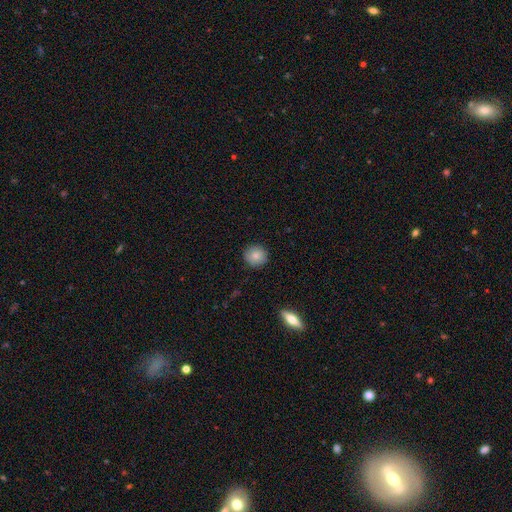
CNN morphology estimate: The model was most divided on "smooth or featured": smooth: 86%, star or artifact: 8%, featured or disk: 6%. More confident: merging — none (91%); how rounded — round (90%).